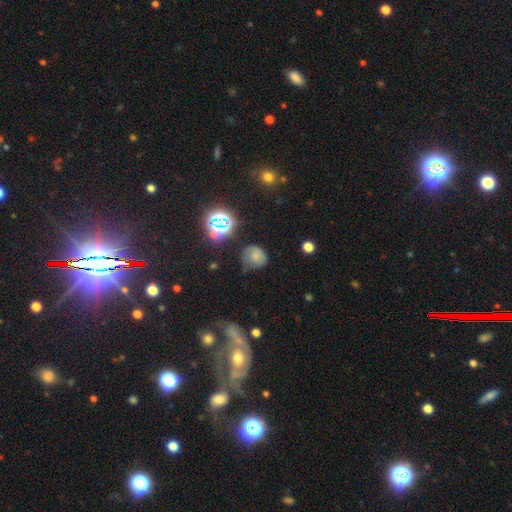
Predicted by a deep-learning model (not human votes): smooth-or-featured: smooth: 61% | star or artifact: 22% | featured or disk: 17%
  how-rounded: round: 73% | in between: 26% | cigar-shaped: 1%
  merging: none: 49% | minor disturbance: 35% | major disturbance: 13% | merger: 3%